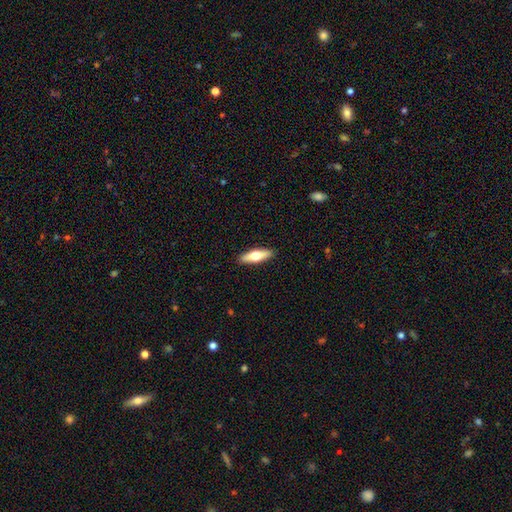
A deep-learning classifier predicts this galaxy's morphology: Smooth or featured: smooth — 57% (featured or disk — 38%)
How rounded: cigar-shaped — 53% (in between — 45%)
Merging: none — 91% (minor disturbance — 7%)